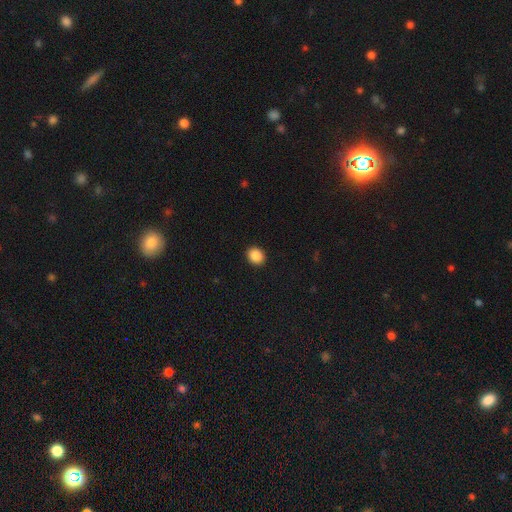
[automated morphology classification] Smooth or featured?
  - smooth: 88% *
  - star or artifact: 9%
  - featured or disk: 3%
How rounded?
  - round: 72% *
  - in between: 27%
  - cigar-shaped: 1%
Merging?
  - none: 92% *
  - minor disturbance: 5%
  - major disturbance: 2%
  - merger: 1%